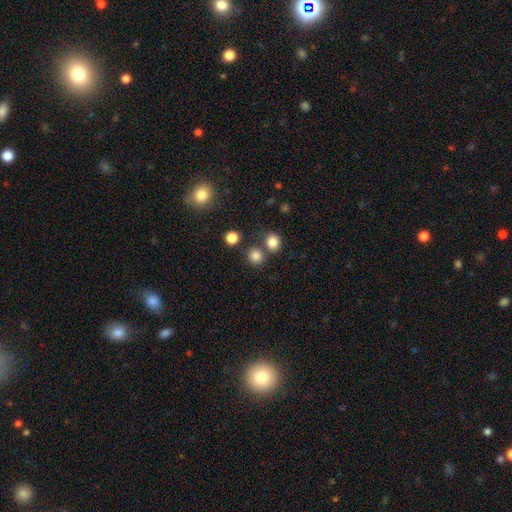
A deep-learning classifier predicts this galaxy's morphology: Smooth or featured? smooth (82%)
How rounded? round (86%)
Merging? none (71%)